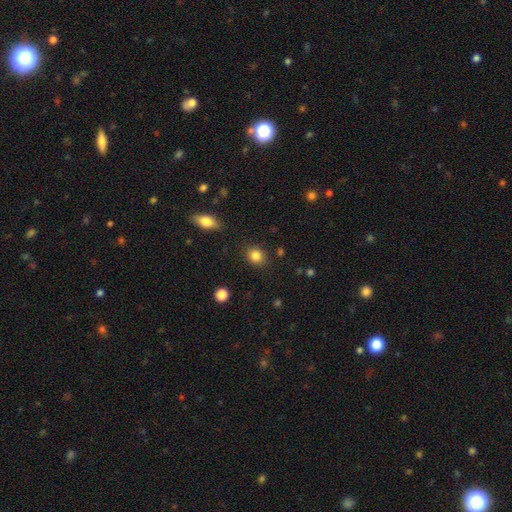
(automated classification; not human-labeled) Smooth or featured? Predicted: smooth (p=0.85). How rounded? Predicted: round (p=0.72). Merging? Predicted: none (p=0.88).